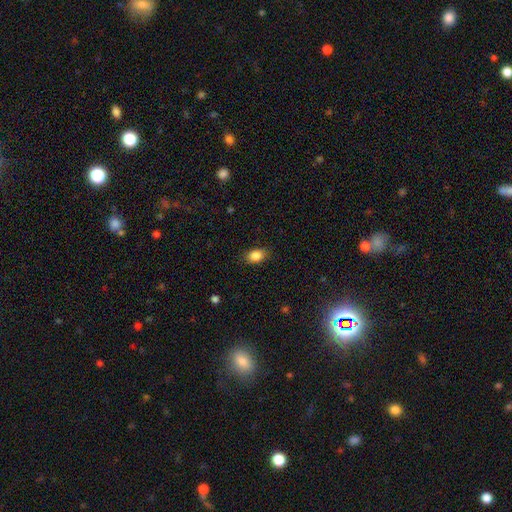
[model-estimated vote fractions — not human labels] Morphology: type=smooth (86%); roundness=in between (76%); merging=none (85%).